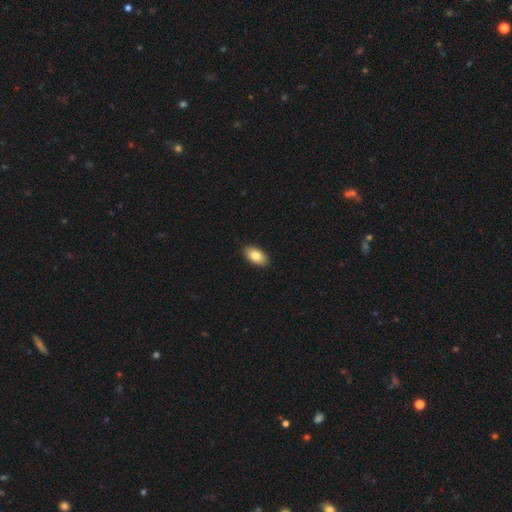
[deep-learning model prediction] Smooth or featured? smooth (81%)
How rounded? in between (94%)
Merging? none (91%)